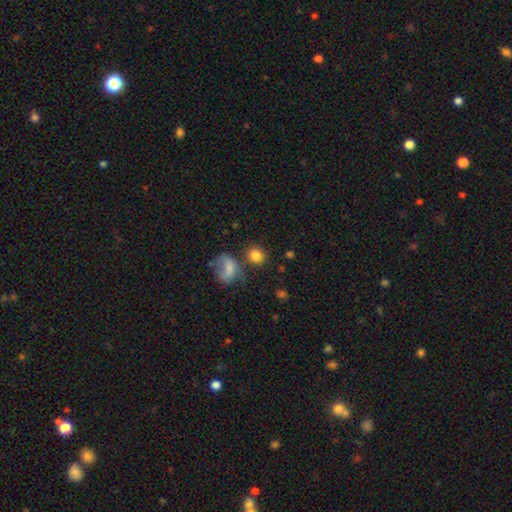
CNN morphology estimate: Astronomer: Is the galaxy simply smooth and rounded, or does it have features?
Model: smooth — 83%.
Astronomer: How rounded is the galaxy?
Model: round — 78%.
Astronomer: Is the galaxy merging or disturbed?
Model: none — 68%.